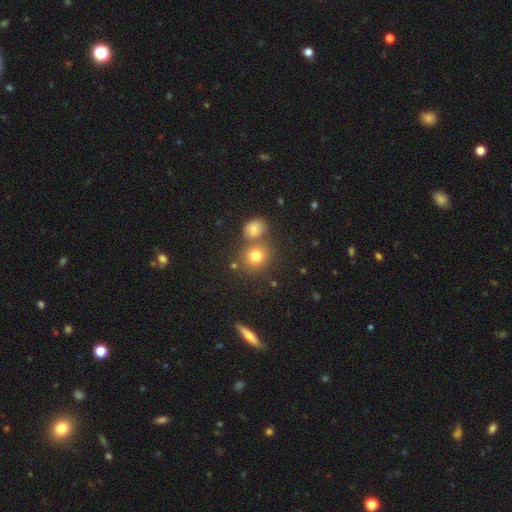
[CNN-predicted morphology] smooth-or-featured: smooth: 76% | star or artifact: 14% | featured or disk: 10%
  how-rounded: round: 78% | in between: 21% | cigar-shaped: 1%
  merging: none: 62% | merger: 25% | minor disturbance: 9% | major disturbance: 3%